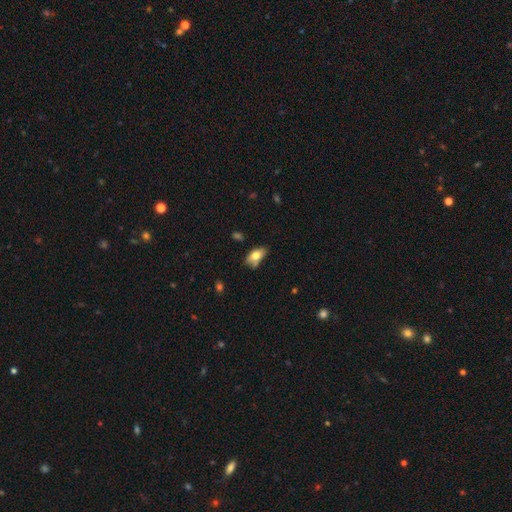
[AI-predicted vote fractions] Overall: smooth (73%). How rounded: in between (91%). Merging: none (55%; minor disturbance 28%).